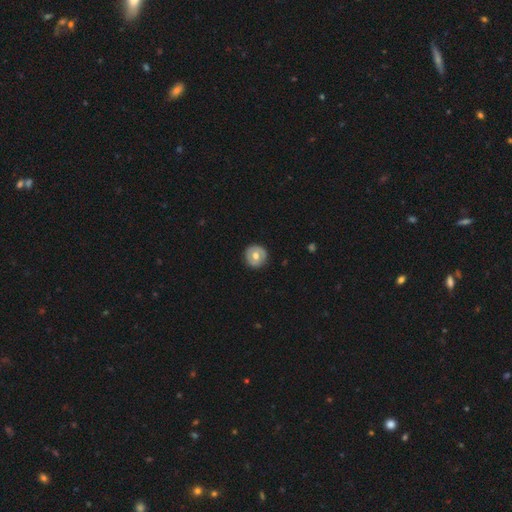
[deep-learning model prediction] A smooth galaxy with no disk features (53%) that is round (93%). Merging: none (89%).